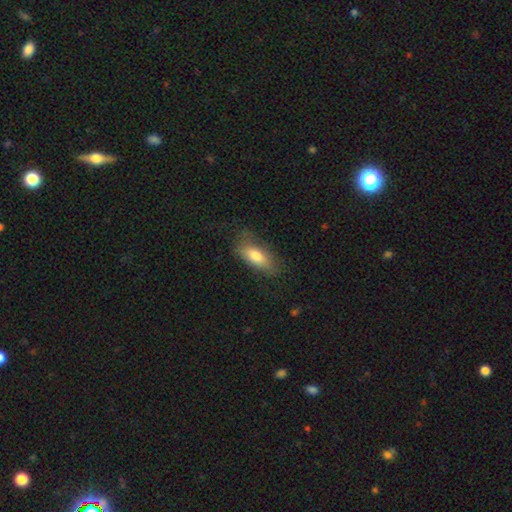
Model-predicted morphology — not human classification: Smooth or featured: smooth — 76% (featured or disk — 17%)
How rounded: in between — 77% (cigar-shaped — 20%)
Merging: none — 65% (minor disturbance — 24%)